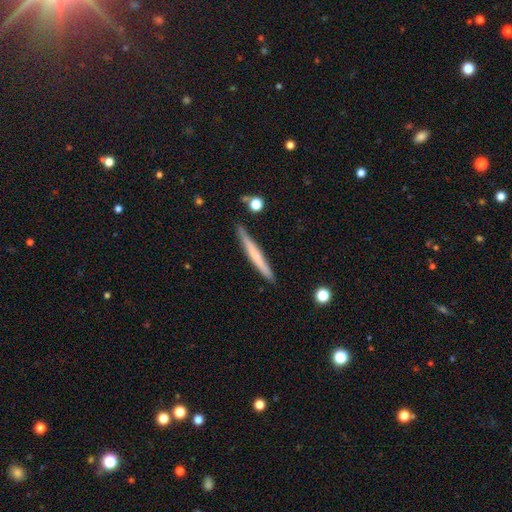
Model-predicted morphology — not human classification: This is possibly a smooth galaxy (50%). Merging: clearly none (86%).